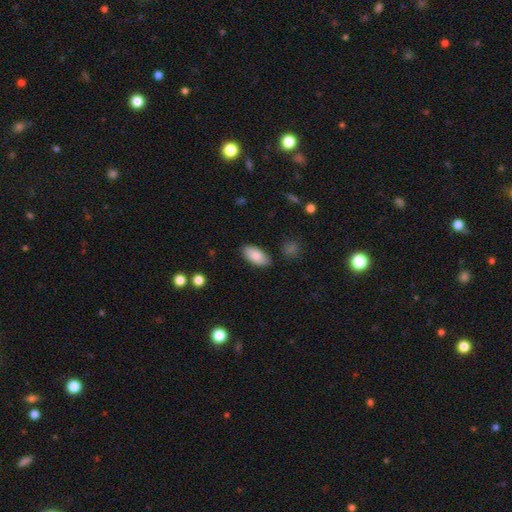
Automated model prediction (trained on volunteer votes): Smooth or featured? Predicted: smooth (p=0.85). How rounded? Predicted: in between (p=0.92). Merging? Predicted: none (p=0.84).